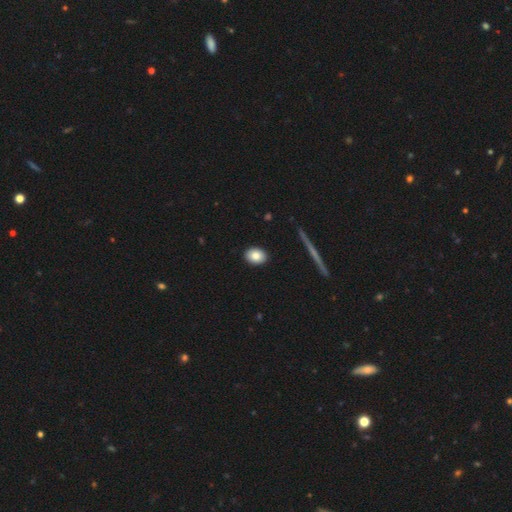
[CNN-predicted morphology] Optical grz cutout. It shows a smooth galaxy with no disk features (83%) that is in between round and cigar-shaped (72%). Merging: none (91%).